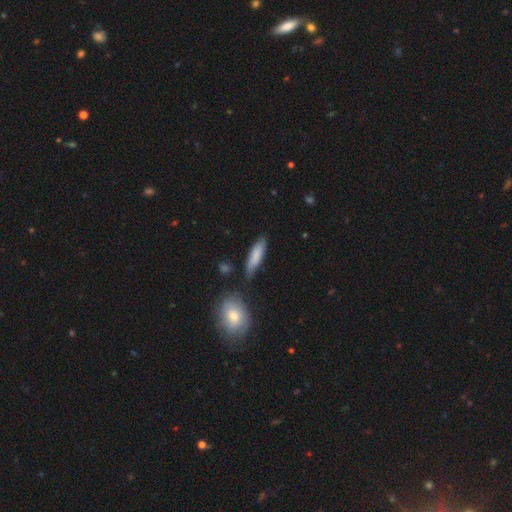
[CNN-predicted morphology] Overall: smooth (80%). How rounded: cigar-shaped (64%; in between 34%). Merging: none (70%).